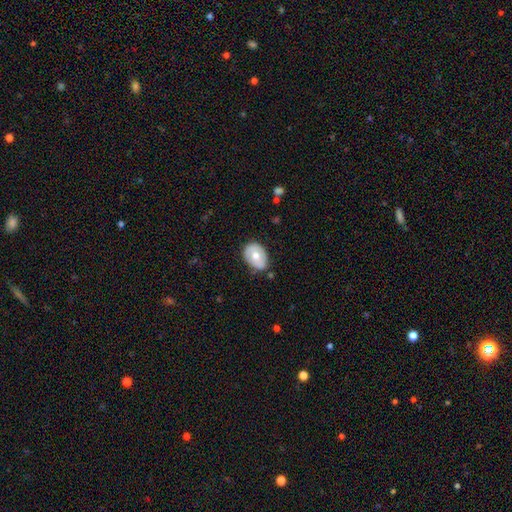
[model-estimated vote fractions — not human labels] This is possibly a smooth galaxy (58%). How rounded: likely in between (73%). Merging: likely none (74%).